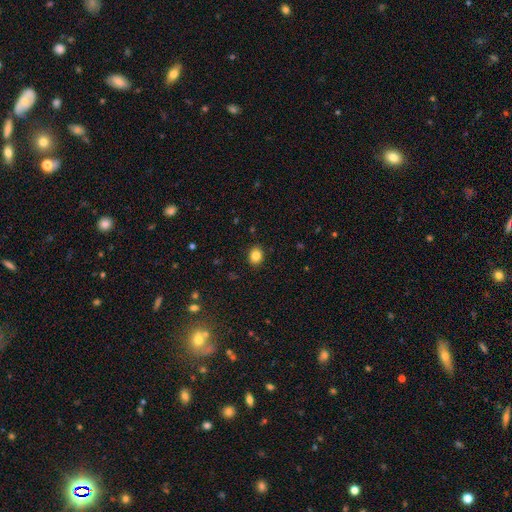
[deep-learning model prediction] Morphology: type=smooth (85%); roundness=round (57%); merging=none (90%).